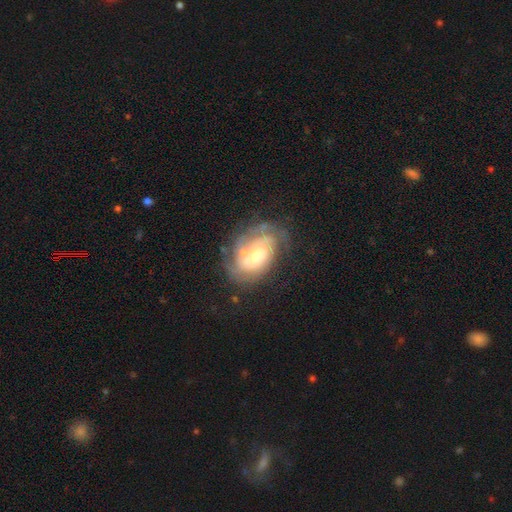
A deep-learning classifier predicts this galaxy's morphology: featured or disk 73%, smooth 20%, star or artifact 7%. Down the decision tree: edge-on disk — no (96%); bar — no (65%); spiral arms — yes (87%); spiral arm count — can't tell (43%); spiral winding — tight (63%); bulge size — small (45%); merging — none (55%).